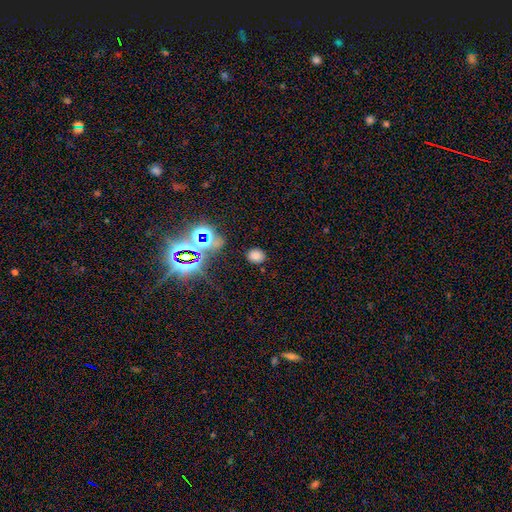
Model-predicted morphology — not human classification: Smooth or featured? Predicted: smooth (p=0.71). How rounded? Predicted: round (p=0.51). Merging? Predicted: none (p=0.85).